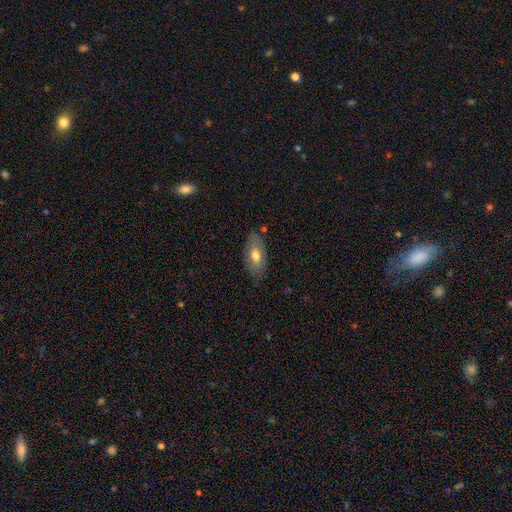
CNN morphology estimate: Smooth or featured: smooth — 65% (featured or disk — 29%)
How rounded: in between — 90% (cigar-shaped — 6%)
Merging: none — 78% (minor disturbance — 17%)